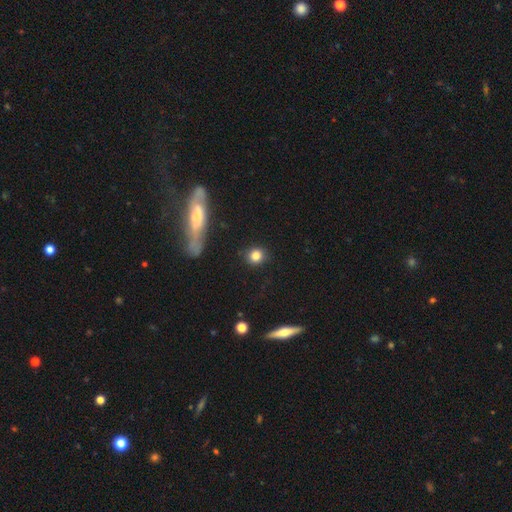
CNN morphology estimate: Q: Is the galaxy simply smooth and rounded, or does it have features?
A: smooth — 82%.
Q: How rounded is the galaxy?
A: round — 87%.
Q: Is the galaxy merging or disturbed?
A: none — 88%.